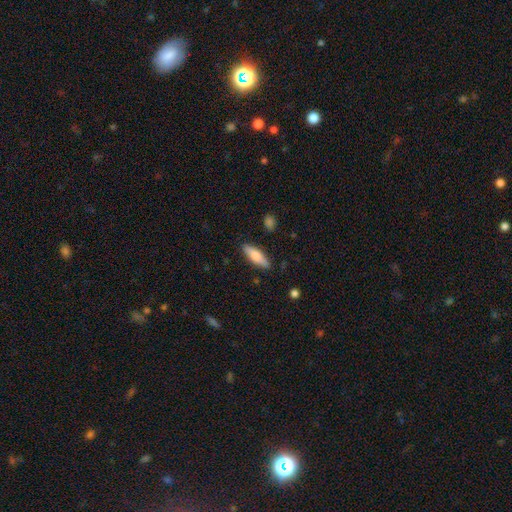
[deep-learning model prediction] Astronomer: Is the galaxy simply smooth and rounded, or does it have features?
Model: smooth — 70%.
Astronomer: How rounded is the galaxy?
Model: cigar-shaped — 52% (runner-up: in between, 46%).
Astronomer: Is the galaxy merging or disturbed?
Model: none — 86%.